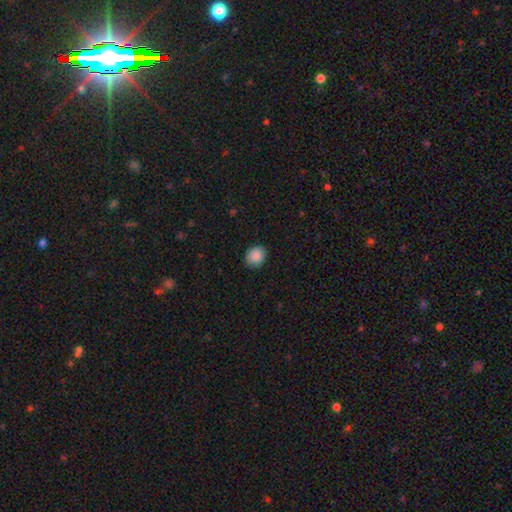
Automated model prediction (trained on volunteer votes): Morphology: type=smooth (89%); roundness=round (64%); merging=none (87%).